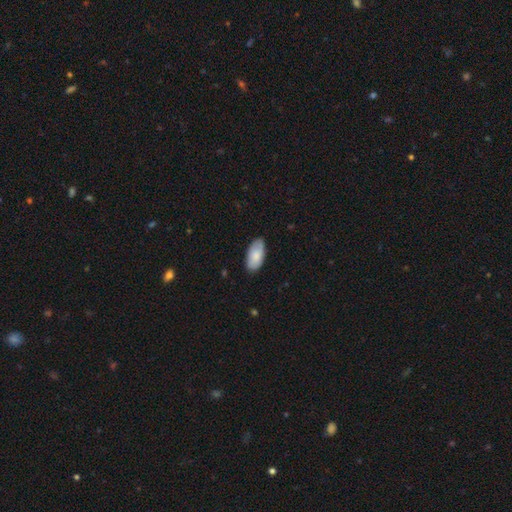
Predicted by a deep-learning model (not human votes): Smooth or featured? Predicted: smooth (p=0.82). How rounded? Predicted: in between (p=0.95). Merging? Predicted: none (p=0.81).